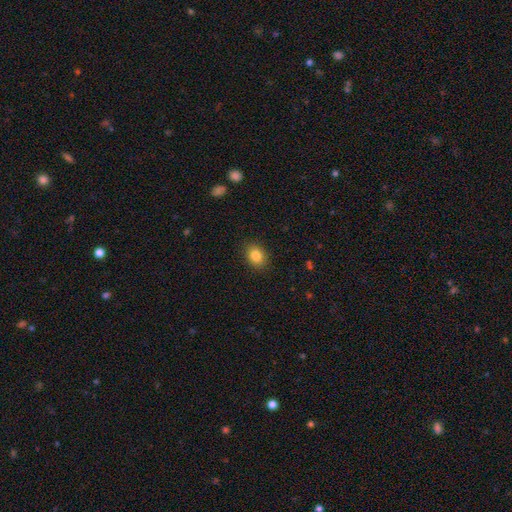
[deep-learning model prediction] The model was most divided on "how rounded": in between: 59%, round: 40%, cigar-shaped: 1%. More confident: merging — none (89%); smooth or featured — smooth (84%).